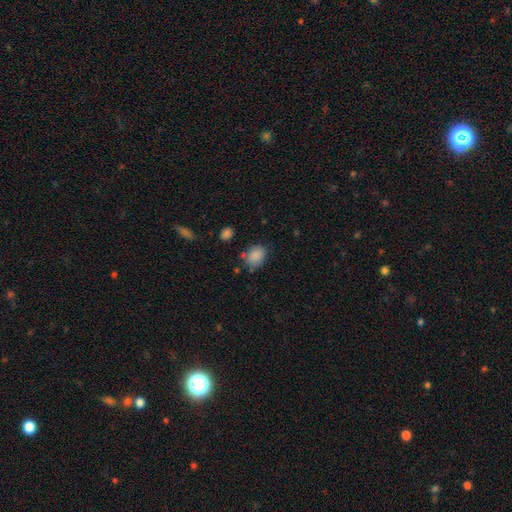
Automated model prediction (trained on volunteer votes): A smooth galaxy with no disk features (85%) that is in between round and cigar-shaped (57%).

Vote fractions:
- Smooth or featured? smooth: 85% / star or artifact: 9% / featured or disk: 5%
- How rounded? in between: 57% / round: 42% / cigar-shaped: 1%
- Merging? none: 68% / minor disturbance: 20% / merger: 6% / major disturbance: 6%